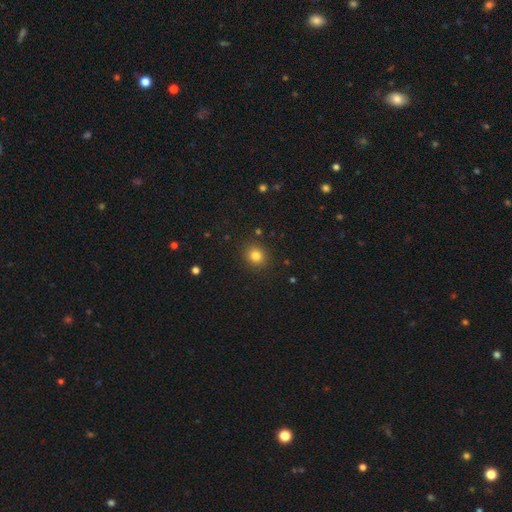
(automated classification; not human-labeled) smooth_or_featured: smooth (p=0.82) [alt: star or artifact p=0.13]
how_rounded: round (p=0.84) [alt: in between p=0.15]
merging: none (p=0.89) [alt: minor disturbance p=0.07]